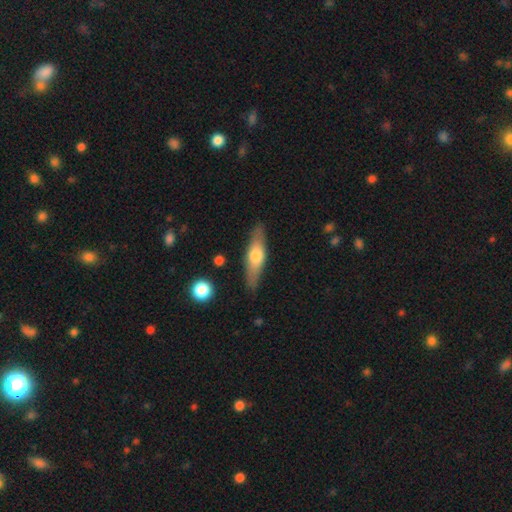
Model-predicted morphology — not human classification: A smooth galaxy with no disk features (49%).

Vote fractions:
- Smooth or featured? smooth: 49% / featured or disk: 45% / star or artifact: 5%
- Merging? none: 84% / minor disturbance: 12% / major disturbance: 3% / merger: 2%